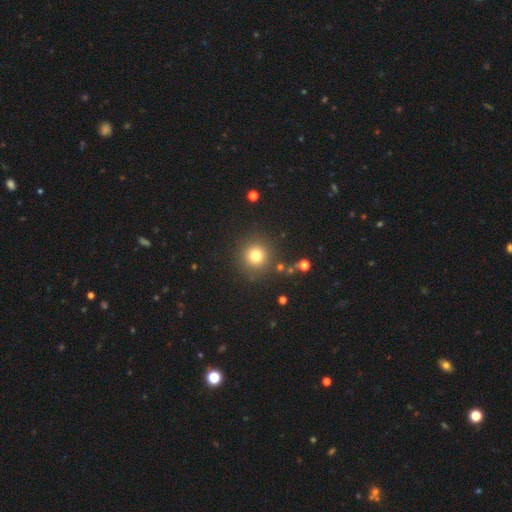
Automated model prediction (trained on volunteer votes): Smooth or featured? smooth (76%)
How rounded? round (95%)
Merging? none (87%)